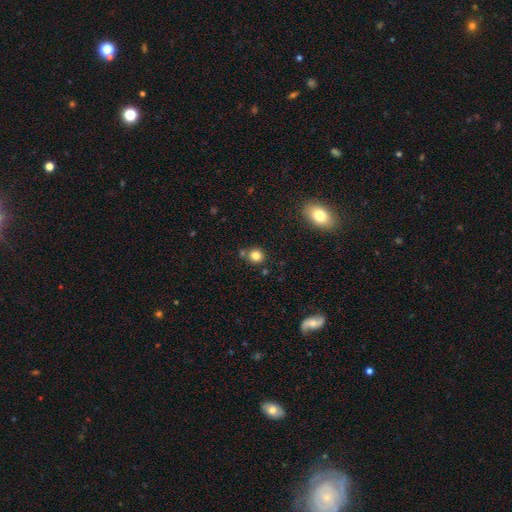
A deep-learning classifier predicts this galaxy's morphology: type=smooth (82%); roundness=round (81%); merging=none (72%).